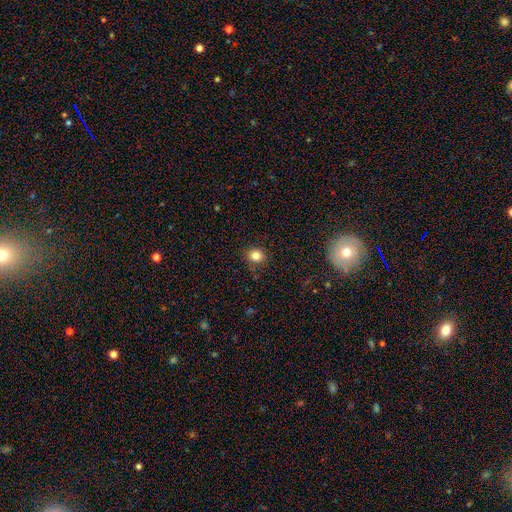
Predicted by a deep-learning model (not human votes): smooth_or_featured: smooth (p=0.81) [alt: star or artifact p=0.13]
how_rounded: round (p=0.83) [alt: in between p=0.16]
merging: none (p=0.85) [alt: minor disturbance p=0.10]